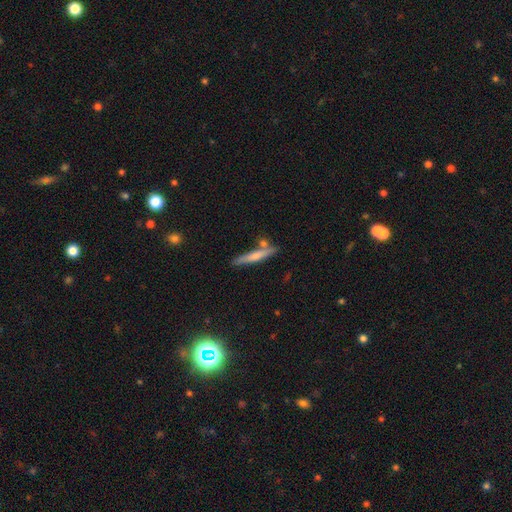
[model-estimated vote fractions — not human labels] This is possibly a smooth galaxy (60%). How rounded: clearly cigar-shaped (92%). Merging: likely none (74%).